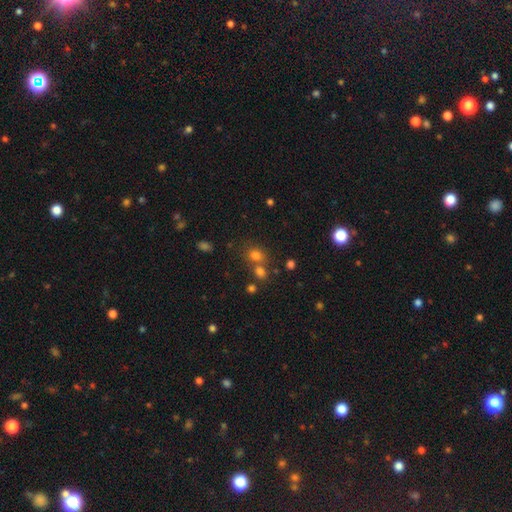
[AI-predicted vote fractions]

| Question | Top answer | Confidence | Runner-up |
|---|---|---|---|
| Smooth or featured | smooth | 72% | star or artifact (20%) |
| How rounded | round | 70% | in between (29%) |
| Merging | none | 56% | merger (31%) |